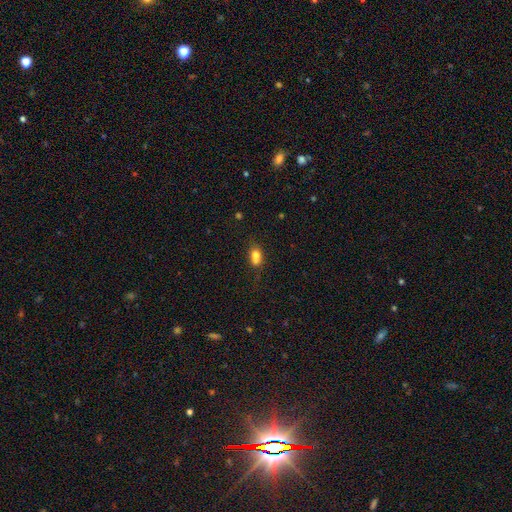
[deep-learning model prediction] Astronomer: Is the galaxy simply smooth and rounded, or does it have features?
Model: smooth — 75%.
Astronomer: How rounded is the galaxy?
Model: in between — 70%.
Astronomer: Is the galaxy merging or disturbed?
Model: none — 41% (runner-up: merger, 34%).